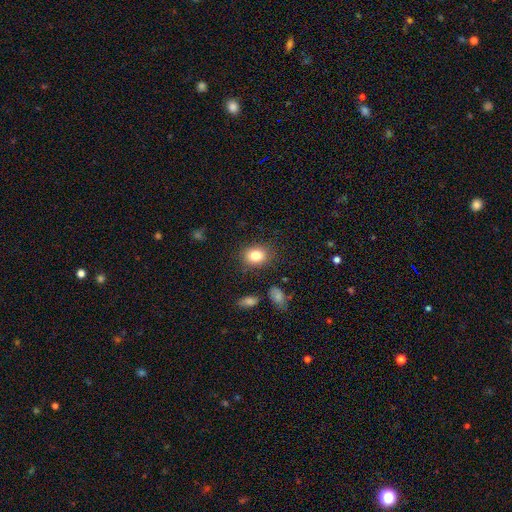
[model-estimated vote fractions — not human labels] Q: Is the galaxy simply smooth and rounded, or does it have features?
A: smooth — 83%.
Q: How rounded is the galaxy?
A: in between — 54%.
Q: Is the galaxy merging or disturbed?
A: none — 83%.